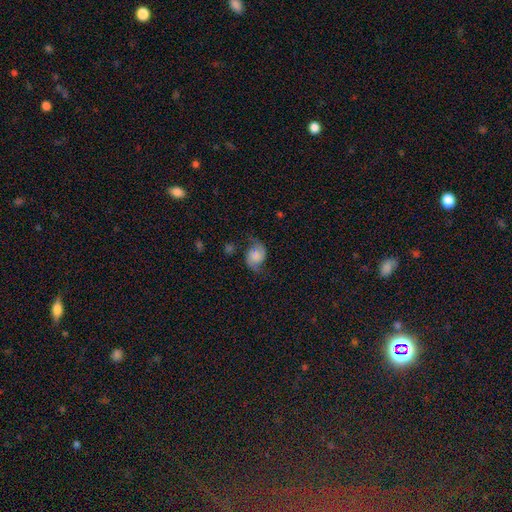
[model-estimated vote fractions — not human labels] Overall: featured or disk (54%; smooth 36%). Edge-on disk: no (97%). Bar: no (67%). Spiral arms: yes (91%). Bulge size: none (27%; small 24%). Merging: none (61%; minor disturbance 23%).